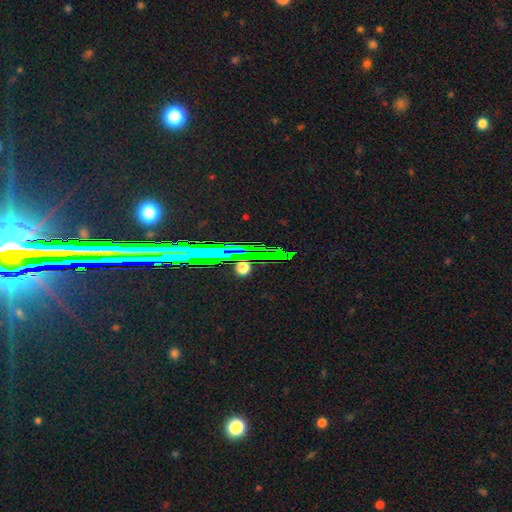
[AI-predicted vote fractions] This appears to be a star or artifact, not a galaxy (75%).